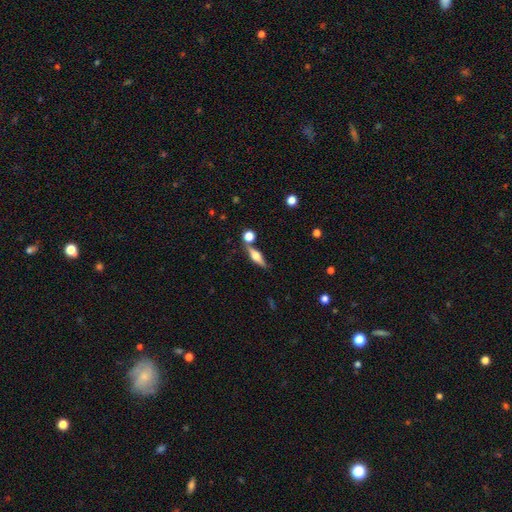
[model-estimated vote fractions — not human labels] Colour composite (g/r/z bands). It shows a featured or disk galaxy (61%) viewed edge-on (95%) with a rounded central bulge (91%). Merging: none (73%).